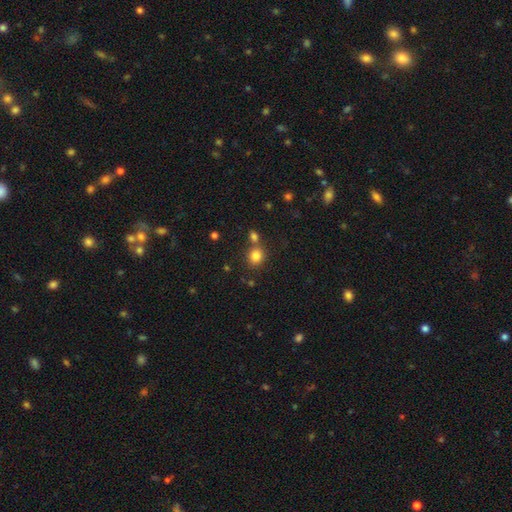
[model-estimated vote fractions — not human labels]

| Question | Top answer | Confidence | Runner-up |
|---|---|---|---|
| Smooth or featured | smooth | 82% | star or artifact (12%) |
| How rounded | round | 75% | in between (24%) |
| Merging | none | 63% | merger (24%) |